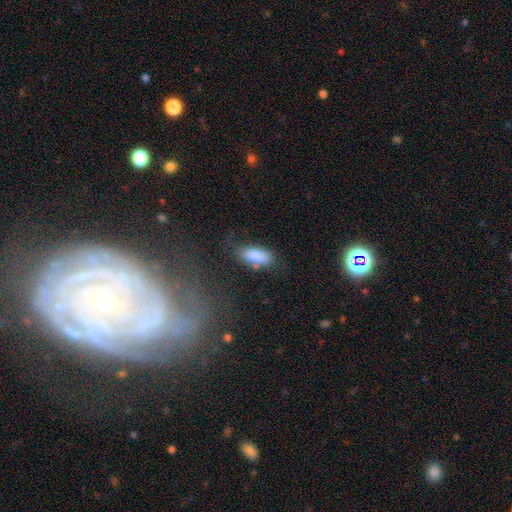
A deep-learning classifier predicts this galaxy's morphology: Smooth or featured? Predicted: smooth (p=0.85). How rounded? Predicted: in between (p=0.86). Merging? Predicted: none (p=0.62).